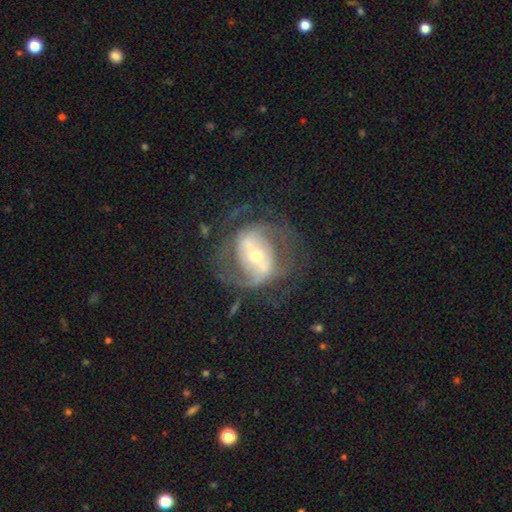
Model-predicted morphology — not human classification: type=featured or disk (84%); edge-on=no (96%); bar=strong (46%); spiral arms=yes (88%); winding=medium (48%); arm count=2 (71%); bulge=moderate (53%); merging=none (62%).